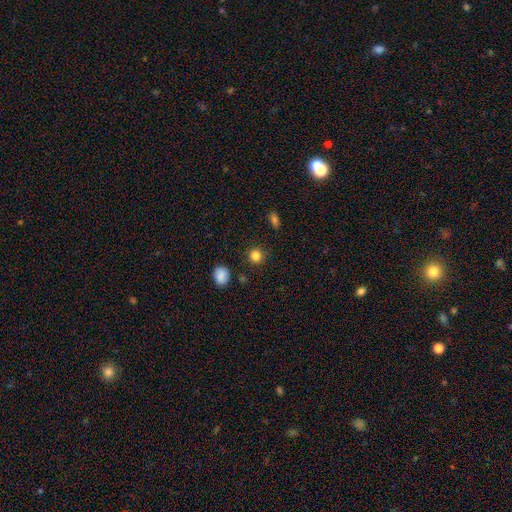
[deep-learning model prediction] A smooth galaxy with no disk features (84%) that is round (90%). Merging: none (88%).